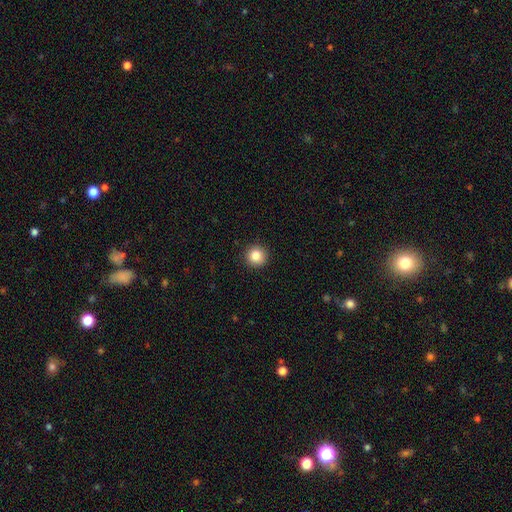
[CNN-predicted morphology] The model was most divided on "smooth or featured": smooth: 86%, star or artifact: 10%, featured or disk: 4%. More confident: how rounded — round (95%); merging — none (92%).